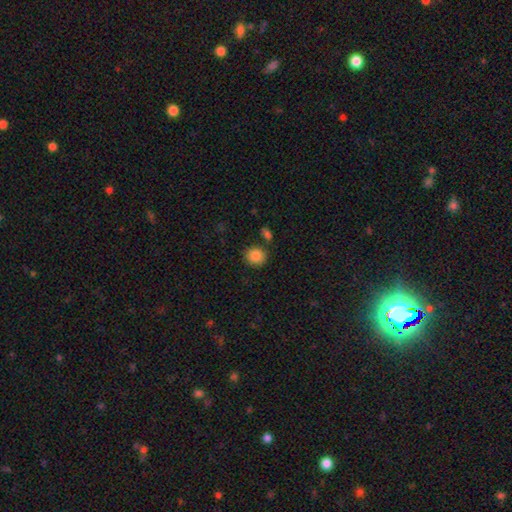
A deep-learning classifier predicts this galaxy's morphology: Smooth or featured?
  - smooth: 87% *
  - star or artifact: 9%
  - featured or disk: 5%
How rounded?
  - round: 87% *
  - in between: 12%
  - cigar-shaped: 1%
Merging?
  - none: 82% *
  - minor disturbance: 9%
  - merger: 6%
  - major disturbance: 3%